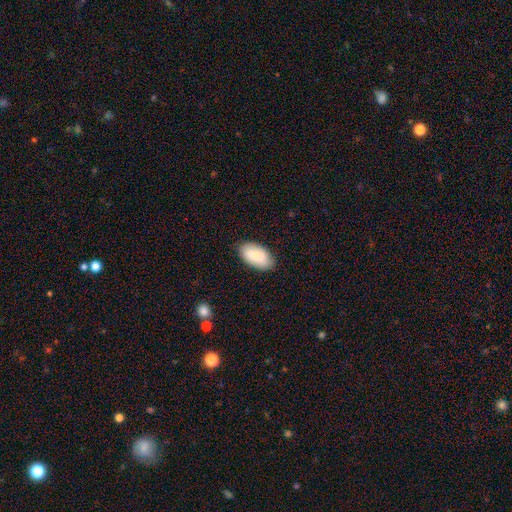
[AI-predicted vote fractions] This appears to be a smooth galaxy with no disk features (79%) that is in between round and cigar-shaped (95%). Merging: none (81%).